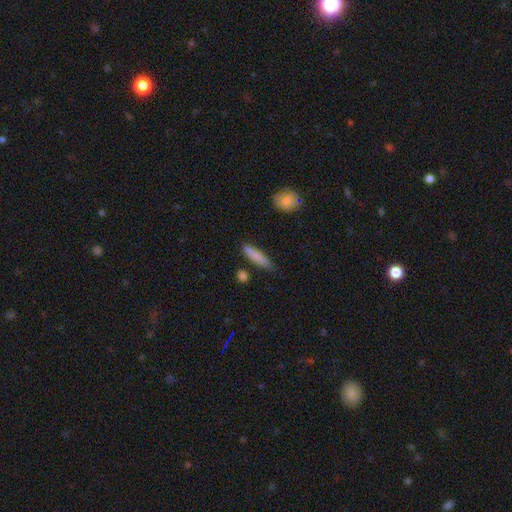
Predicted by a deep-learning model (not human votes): Overall: smooth (83%). How rounded: cigar-shaped (82%). Merging: none (78%).